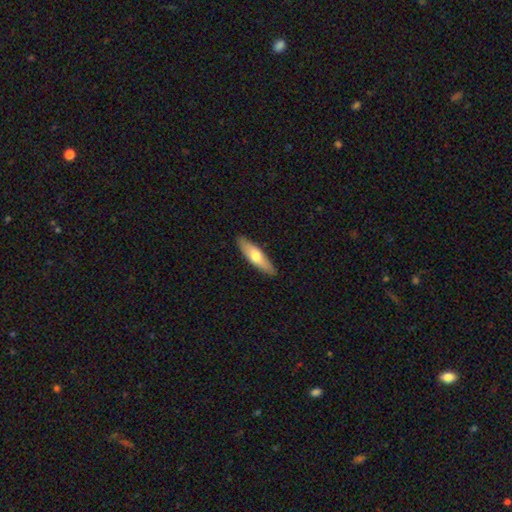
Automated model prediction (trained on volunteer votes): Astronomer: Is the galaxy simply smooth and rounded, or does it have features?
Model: smooth — 58% (runner-up: featured or disk, 37%).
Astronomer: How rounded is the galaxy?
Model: cigar-shaped — 65%.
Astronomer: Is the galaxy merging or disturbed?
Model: none — 89%.